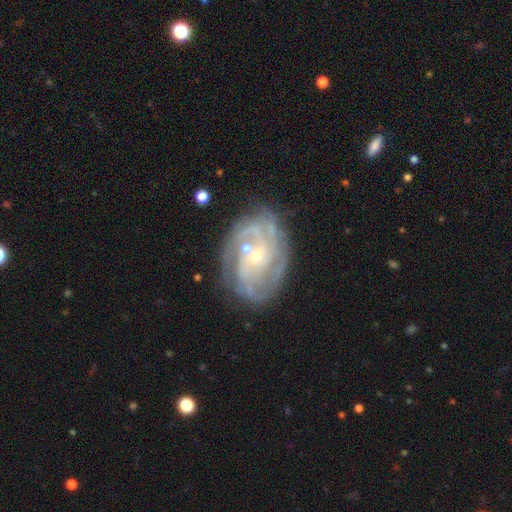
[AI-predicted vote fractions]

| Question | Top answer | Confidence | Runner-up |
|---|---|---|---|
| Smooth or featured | featured or disk | 77% | star or artifact (12%) |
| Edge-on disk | no | 96% | yes (4%) |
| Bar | no | 50% | weak (38%) |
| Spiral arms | yes | 94% | no (6%) |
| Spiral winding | tight | 64% | medium (28%) |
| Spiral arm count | can't tell | 33% | 2 (19%) |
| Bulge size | small | 53% | moderate (41%) |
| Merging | none | 80% | minor disturbance (13%) |